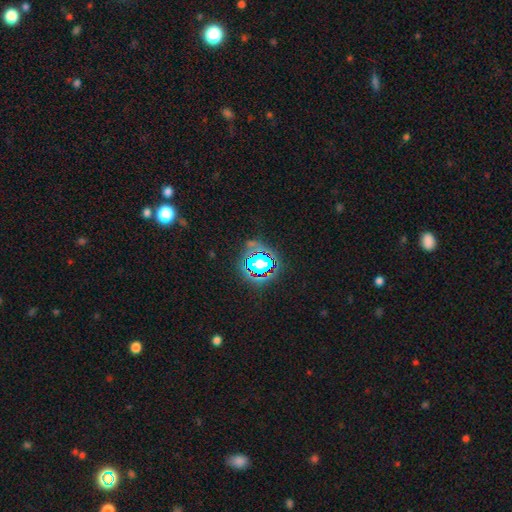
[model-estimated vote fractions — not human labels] Smooth or featured: star or artifact — 78% (smooth — 13%)